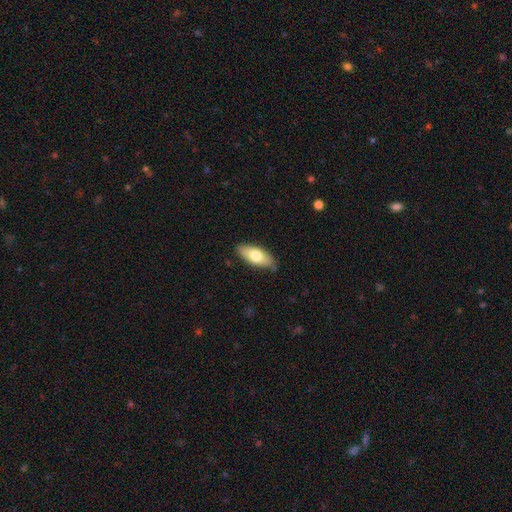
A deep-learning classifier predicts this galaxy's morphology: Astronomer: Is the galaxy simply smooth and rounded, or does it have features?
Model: smooth — 70%.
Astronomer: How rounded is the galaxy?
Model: in between — 79%.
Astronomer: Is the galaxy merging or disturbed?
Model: none — 82%.